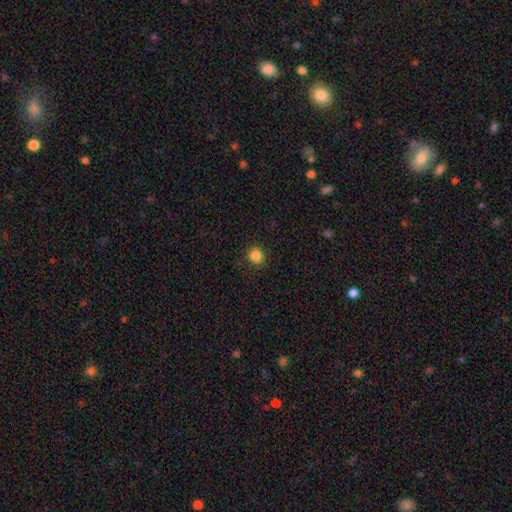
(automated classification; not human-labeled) The model was most divided on "how rounded": round: 86%, in between: 13%, cigar-shaped: 1%. More confident: merging — none (90%); smooth or featured — smooth (85%).